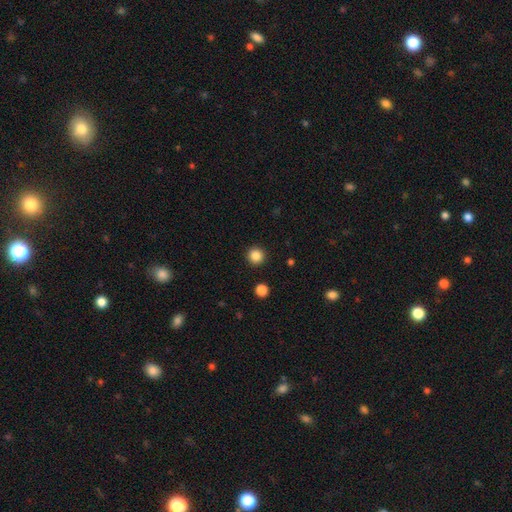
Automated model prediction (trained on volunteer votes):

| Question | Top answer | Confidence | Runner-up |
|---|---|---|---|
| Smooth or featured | smooth | 86% | star or artifact (11%) |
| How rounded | round | 96% | in between (3%) |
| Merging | none | 93% | minor disturbance (4%) |